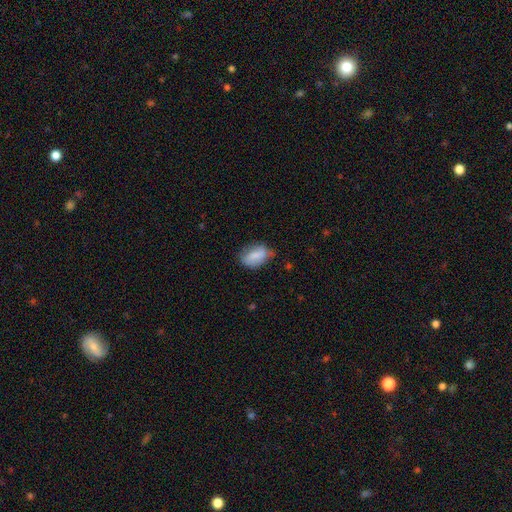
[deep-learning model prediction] Smooth or featured: smooth — 77% (featured or disk — 15%)
How rounded: in between — 86% (round — 12%)
Merging: none — 60% (minor disturbance — 31%)